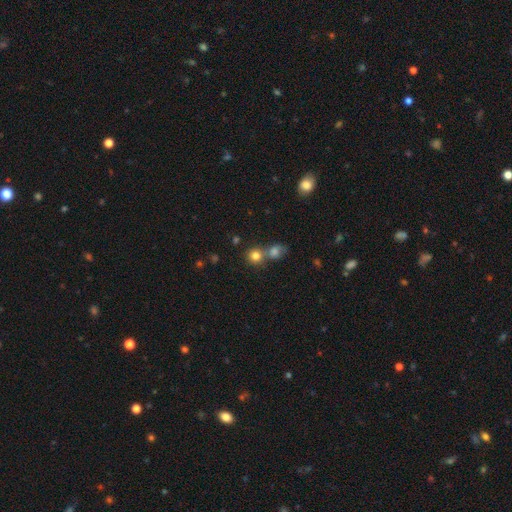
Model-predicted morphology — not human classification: Q: Smooth or featured?
A: smooth (78%); runner-up: star or artifact (13%)
Q: How rounded?
A: round (87%); runner-up: in between (12%)
Q: Merging?
A: none (53%); runner-up: merger (37%)